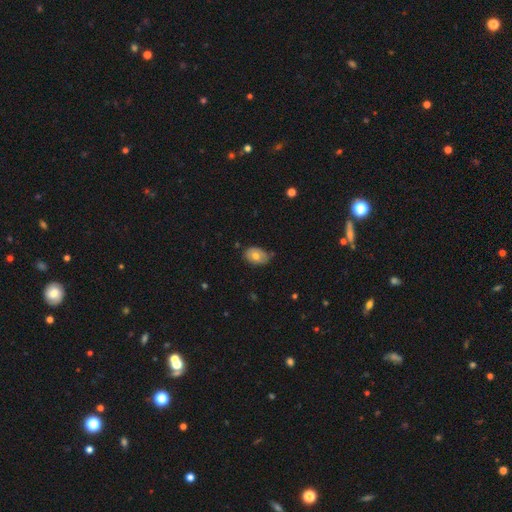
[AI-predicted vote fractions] Smooth or featured: smooth — 64% (featured or disk — 28%)
How rounded: in between — 83% (round — 16%)
Merging: none — 63% (minor disturbance — 30%)